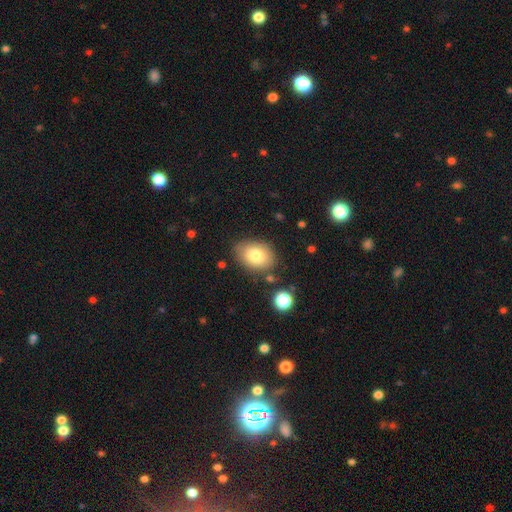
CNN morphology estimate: Q: Smooth or featured?
A: smooth (80%); runner-up: featured or disk (11%)
Q: How rounded?
A: in between (74%); runner-up: round (25%)
Q: Merging?
A: none (79%); runner-up: minor disturbance (14%)